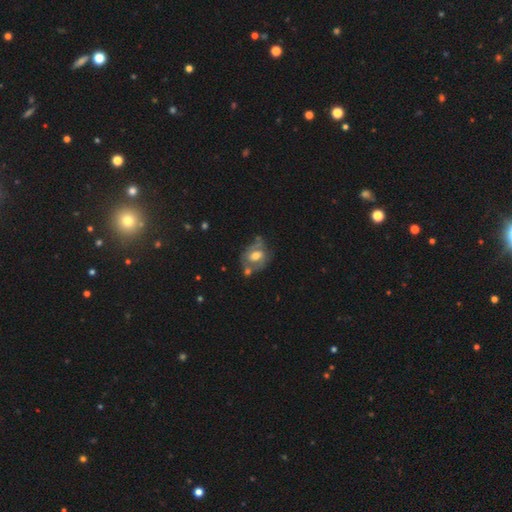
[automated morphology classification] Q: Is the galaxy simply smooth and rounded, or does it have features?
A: featured or disk — 54%.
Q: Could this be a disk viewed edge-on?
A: no — 95%.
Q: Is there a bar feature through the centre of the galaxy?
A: no — 48%.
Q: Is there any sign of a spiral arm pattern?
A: no — 54%.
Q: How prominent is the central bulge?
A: moderate — 68%.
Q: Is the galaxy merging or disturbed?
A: none — 45%.